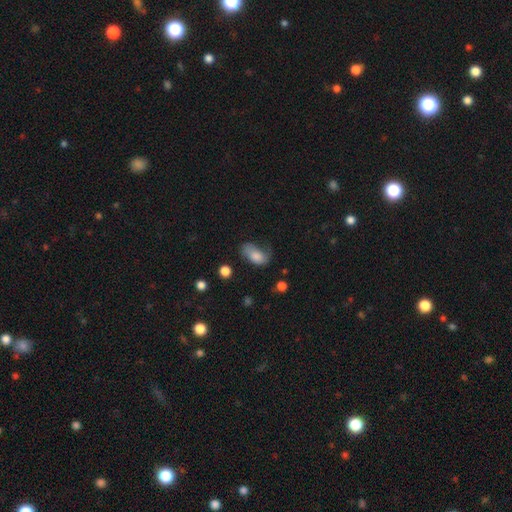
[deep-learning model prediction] smooth-or-featured: smooth: 74% | featured or disk: 17% | star or artifact: 9%
  how-rounded: in between: 91% | round: 6% | cigar-shaped: 3%
  merging: none: 38% | minor disturbance: 34% | major disturbance: 25% | merger: 3%